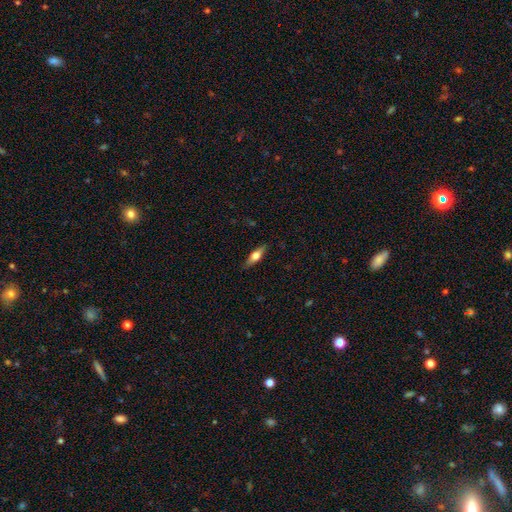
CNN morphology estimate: smooth_or_featured: smooth (p=0.54) [alt: featured or disk p=0.40]
how_rounded: in between (p=0.51) [alt: cigar-shaped p=0.46]
merging: none (p=0.83) [alt: minor disturbance p=0.13]